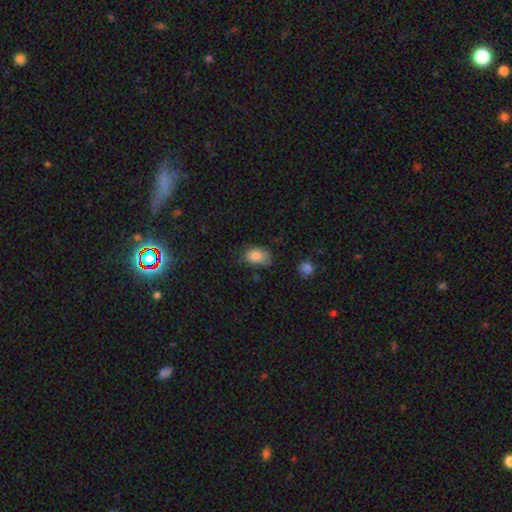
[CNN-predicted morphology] Smooth or featured? smooth (84%)
How rounded? in between (78%)
Merging? none (65%)